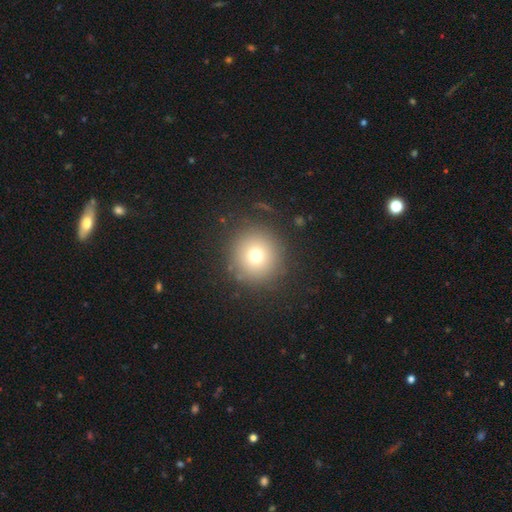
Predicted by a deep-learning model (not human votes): smooth_or_featured: smooth (p=0.71) [alt: star or artifact p=0.16]
how_rounded: round (p=0.95) [alt: in between p=0.05]
merging: none (p=0.88) [alt: minor disturbance p=0.07]